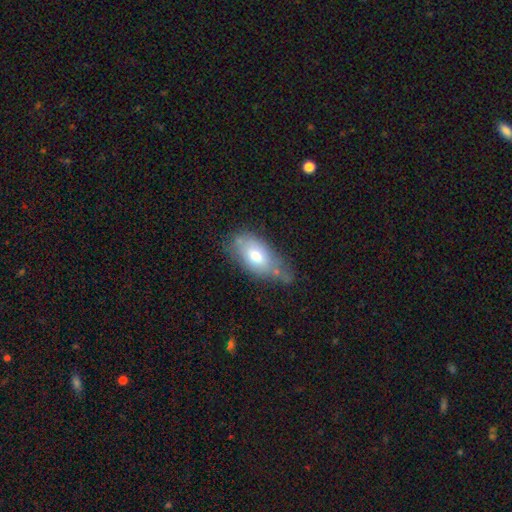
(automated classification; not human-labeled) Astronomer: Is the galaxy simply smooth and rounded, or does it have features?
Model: smooth — 69%.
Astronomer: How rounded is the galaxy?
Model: in between — 90%.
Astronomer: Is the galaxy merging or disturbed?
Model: none — 48% (runner-up: minor disturbance, 32%).